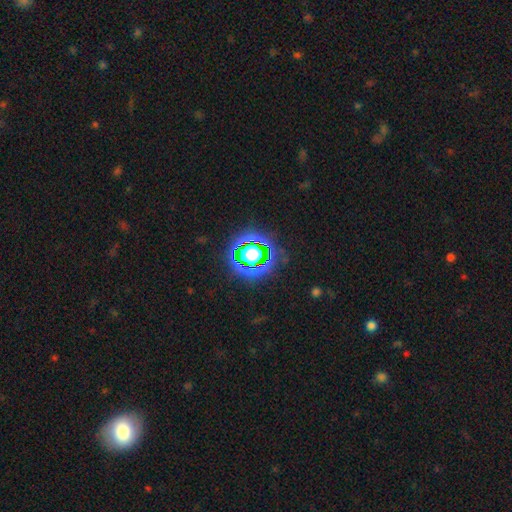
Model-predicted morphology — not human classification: The model was most divided on "smooth or featured": star or artifact: 76%, smooth: 15%, featured or disk: 9%.